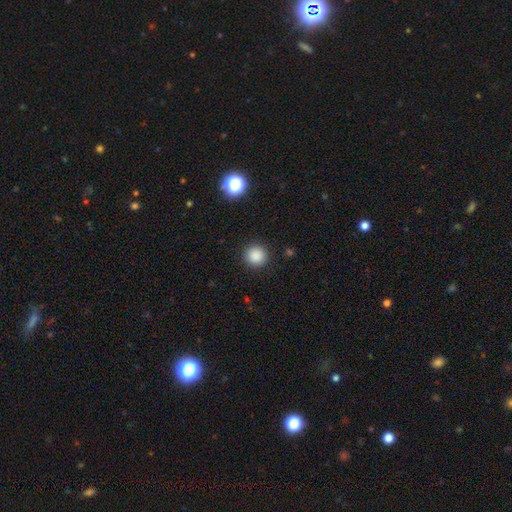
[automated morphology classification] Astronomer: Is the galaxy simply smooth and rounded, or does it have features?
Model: smooth — 86%.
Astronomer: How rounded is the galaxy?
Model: round — 94%.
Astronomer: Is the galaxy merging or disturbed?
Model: none — 91%.